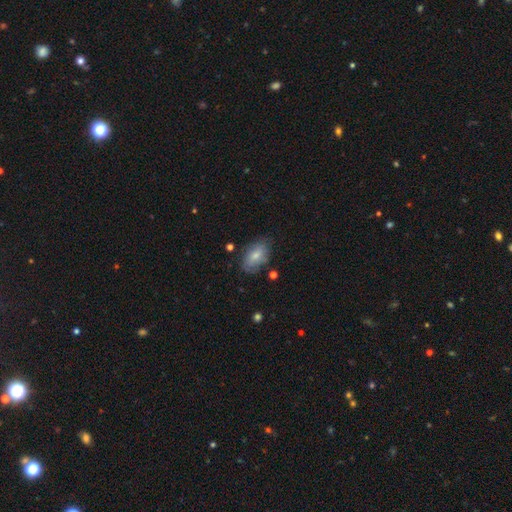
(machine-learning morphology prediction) smooth-or-featured: smooth: 72% | featured or disk: 22% | star or artifact: 7%
  how-rounded: in between: 91% | round: 6% | cigar-shaped: 3%
  merging: none: 69% | minor disturbance: 22% | major disturbance: 6% | merger: 3%